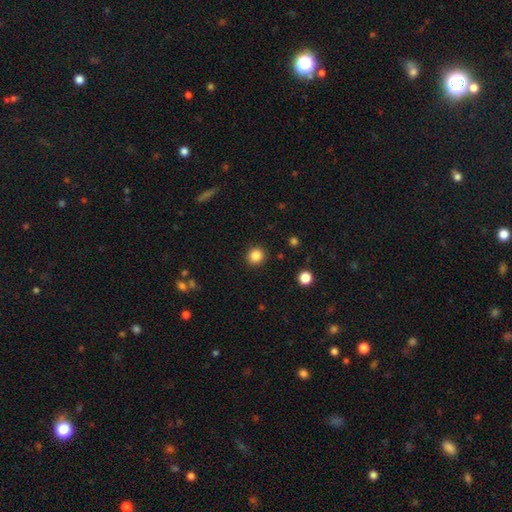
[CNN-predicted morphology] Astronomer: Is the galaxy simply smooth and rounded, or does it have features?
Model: smooth — 85%.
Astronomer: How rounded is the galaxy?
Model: round — 89%.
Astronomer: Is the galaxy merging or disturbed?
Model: none — 91%.